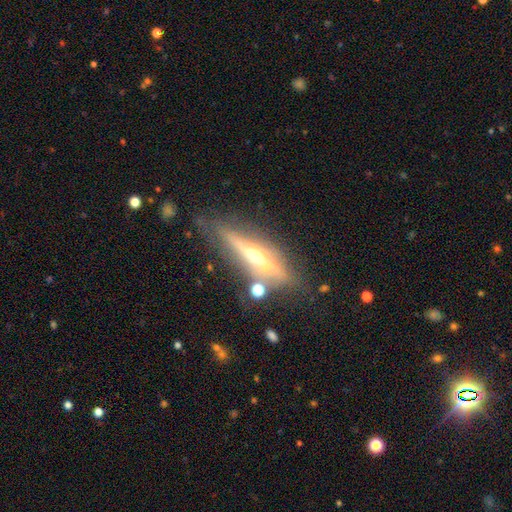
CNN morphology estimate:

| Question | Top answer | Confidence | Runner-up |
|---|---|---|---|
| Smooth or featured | featured or disk | 76% | smooth (16%) |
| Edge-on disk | yes | 92% | no (8%) |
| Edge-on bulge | rounded | 90% | none (7%) |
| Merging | none | 72% | minor disturbance (15%) |